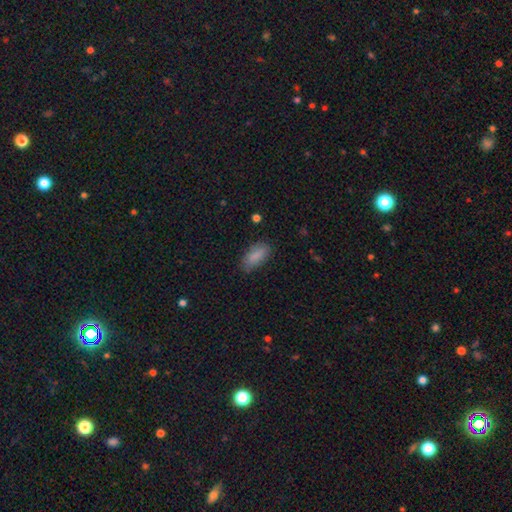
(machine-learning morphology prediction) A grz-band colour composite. It shows a smooth galaxy with no disk features (86%) that is in between round and cigar-shaped (85%). Merging: none (79%).